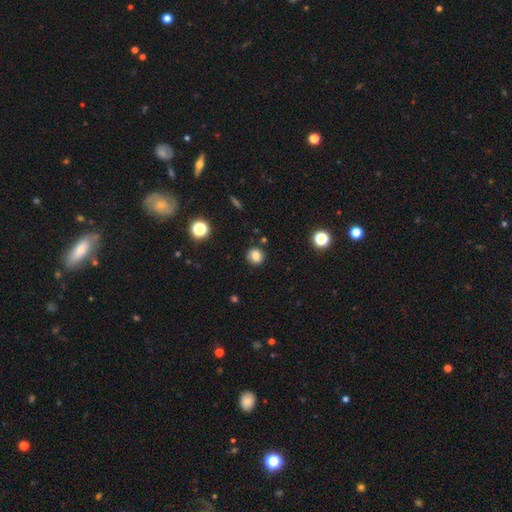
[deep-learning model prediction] This is clearly a smooth galaxy (81%). How rounded: clearly round (82%). Merging: clearly none (86%).